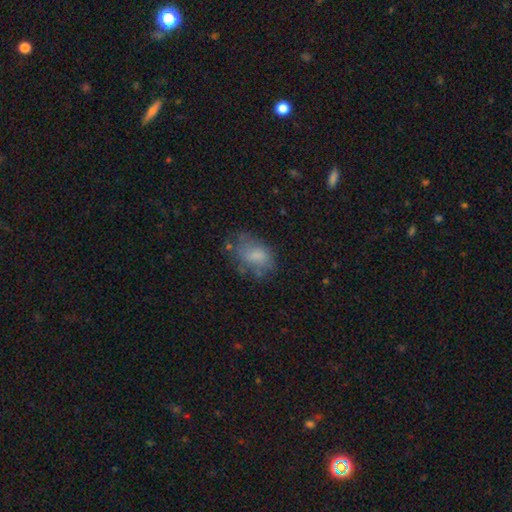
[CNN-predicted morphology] smooth_or_featured: smooth (p=0.69) [alt: featured or disk p=0.21]
how_rounded: in between (p=0.82) [alt: round p=0.17]
merging: none (p=0.49) [alt: minor disturbance p=0.28]